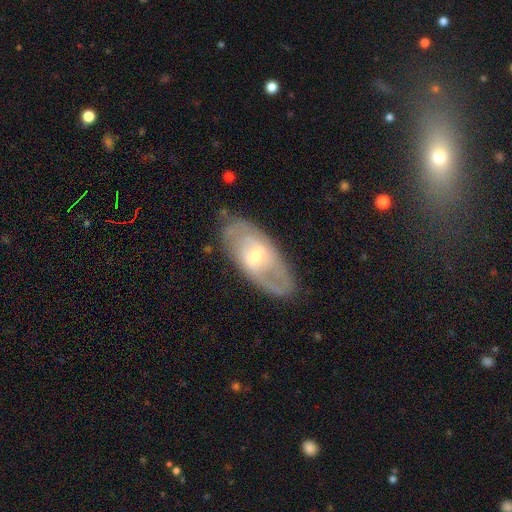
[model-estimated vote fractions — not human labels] Smooth or featured? featured or disk (71%)
Edge-on disk? no (90%)
Bar? weak (52%)
Spiral arms? yes (78%)
Bulge size? moderate (52%)
Merging? none (77%)